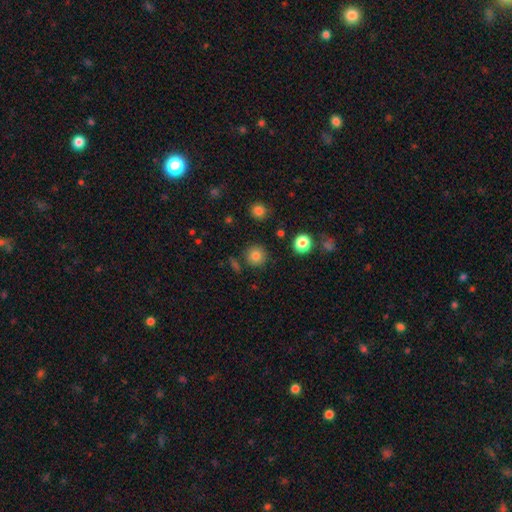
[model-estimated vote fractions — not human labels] Overall: smooth (82%). How rounded: round (94%). Merging: none (87%).